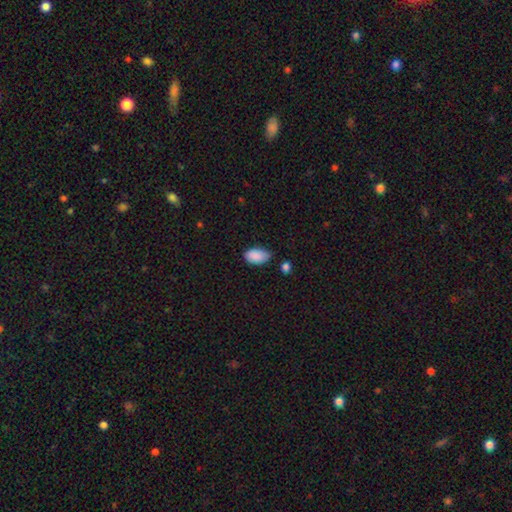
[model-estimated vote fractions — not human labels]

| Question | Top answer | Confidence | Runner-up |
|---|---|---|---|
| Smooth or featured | smooth | 89% | star or artifact (7%) |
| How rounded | in between | 94% | round (5%) |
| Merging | none | 63% | minor disturbance (29%) |